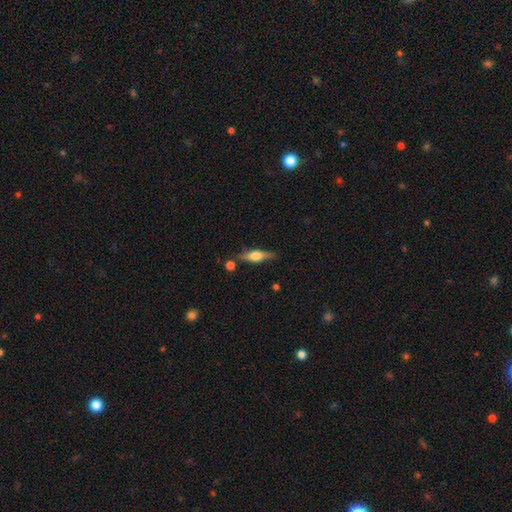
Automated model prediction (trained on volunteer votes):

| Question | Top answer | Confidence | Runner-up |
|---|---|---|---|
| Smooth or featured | featured or disk | 51% | smooth (42%) |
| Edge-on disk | yes | 94% | no (6%) |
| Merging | none | 78% | minor disturbance (13%) |